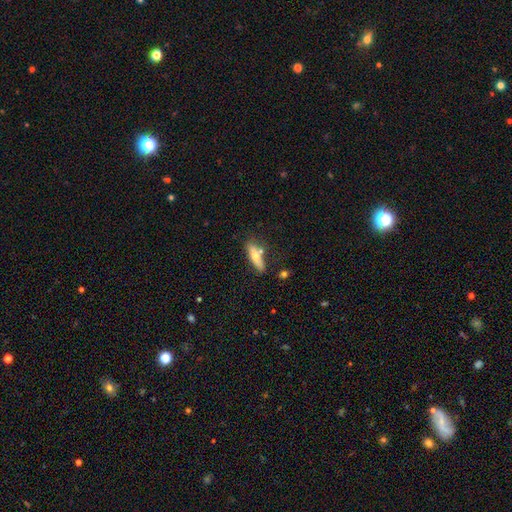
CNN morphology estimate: Smooth or featured? Predicted: smooth (p=0.57). How rounded? Predicted: cigar-shaped (p=0.61). Merging? Predicted: none (p=0.65).